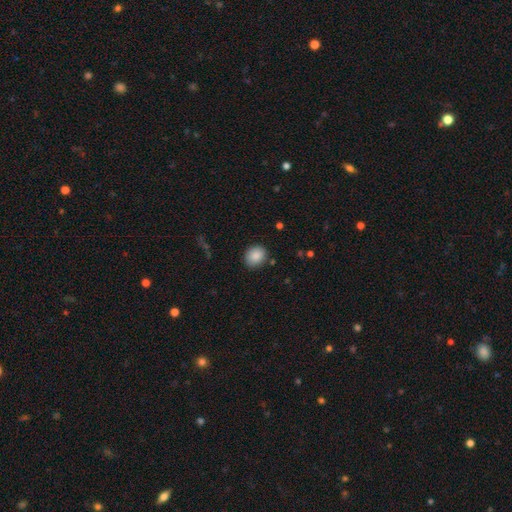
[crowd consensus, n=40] A smooth galaxy with no disk features (82%) that is round (55%).

Vote fractions:
- Smooth or featured? smooth: 82% / star or artifact: 12% / featured or disk: 5%
- How rounded? round: 55% / in between: 45% / cigar-shaped: 0%
- Merging? none: 91% / major disturbance: 6% / minor disturbance: 3% / merger: 0%